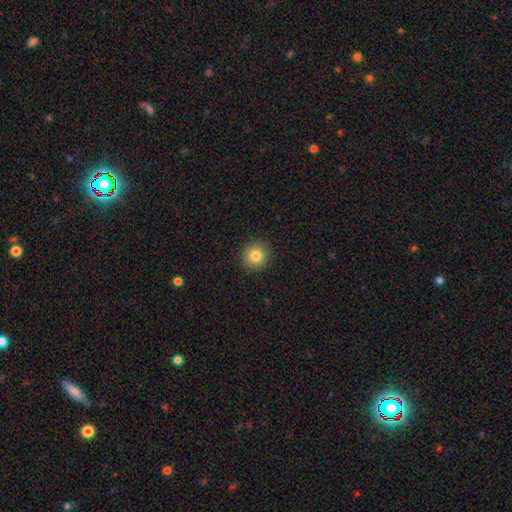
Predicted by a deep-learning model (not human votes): This is clearly a smooth galaxy (82%). How rounded: clearly round (93%). Merging: clearly none (91%).